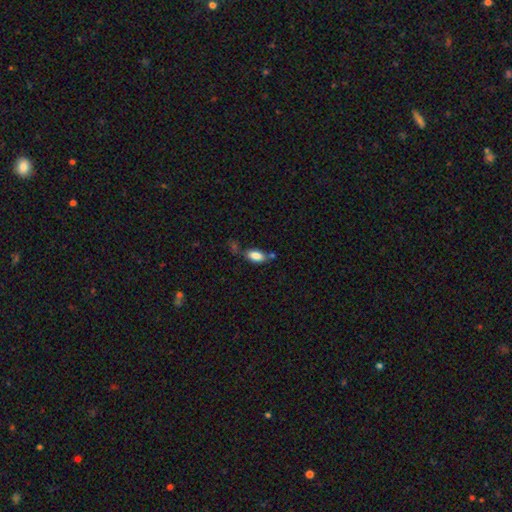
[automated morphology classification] Smooth or featured? Predicted: smooth (p=0.84). How rounded? Predicted: in between (p=0.90). Merging? Predicted: none (p=0.54).